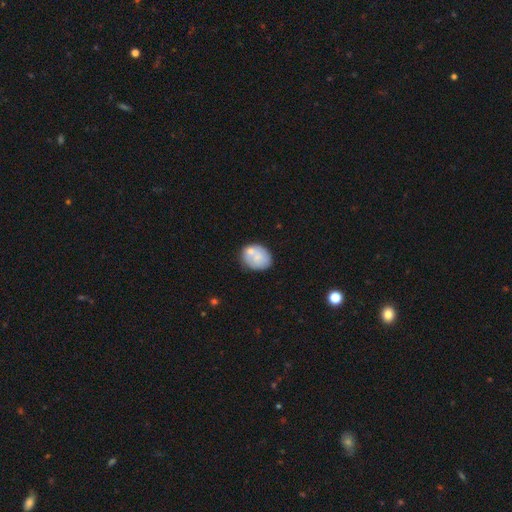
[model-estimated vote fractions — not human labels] Overall: smooth (69%). How rounded: round (53%; in between 46%). Merging: none (57%; minor disturbance 20%).